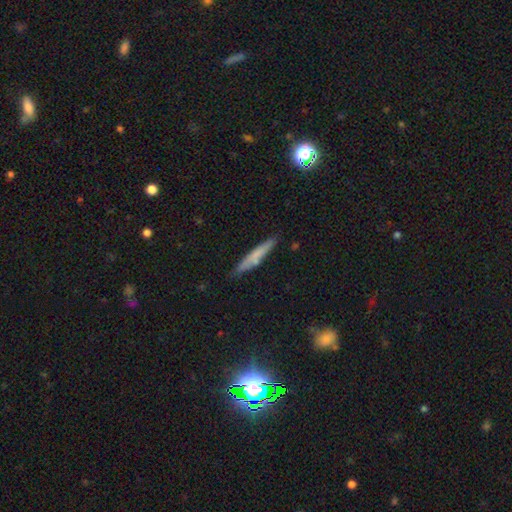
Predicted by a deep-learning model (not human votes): smooth-or-featured: smooth: 64% | featured or disk: 28% | star or artifact: 7%
  how-rounded: cigar-shaped: 93% | in between: 5% | round: 2%
  merging: none: 82% | minor disturbance: 13% | merger: 3% | major disturbance: 2%